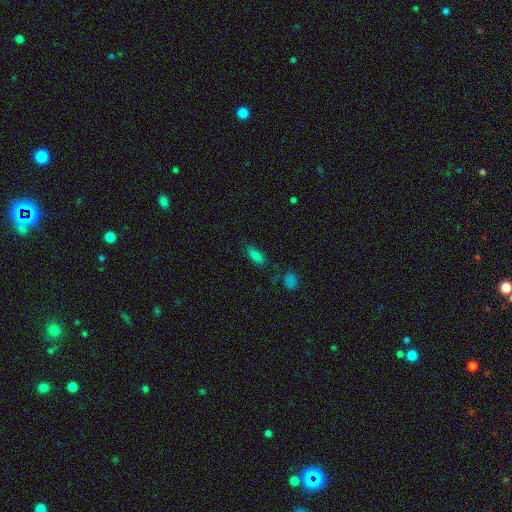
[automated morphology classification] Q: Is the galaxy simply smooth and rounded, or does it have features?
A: smooth — 78%.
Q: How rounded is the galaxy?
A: in between — 74%.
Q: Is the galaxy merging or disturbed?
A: none — 70%.